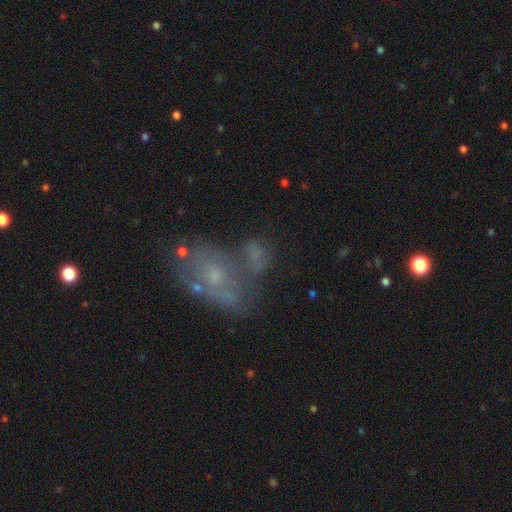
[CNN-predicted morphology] smooth 44%, featured or disk 40%, star or artifact 16%. Down the decision tree: merging — none (36%).